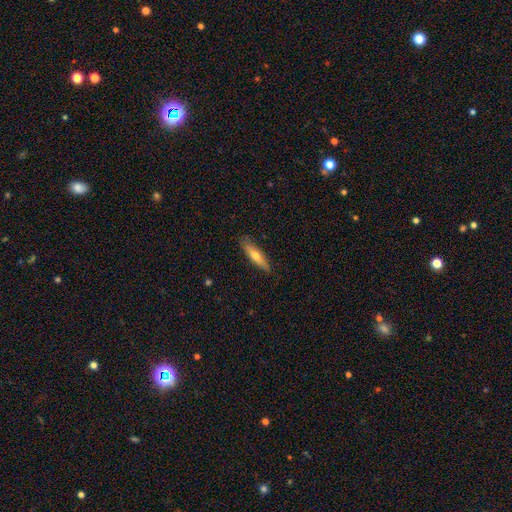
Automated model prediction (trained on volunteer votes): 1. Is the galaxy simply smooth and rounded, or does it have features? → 56% smooth, 38% featured or disk, 6% star or artifact.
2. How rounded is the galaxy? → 74% cigar-shaped, 24% in between, 2% round.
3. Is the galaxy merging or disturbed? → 84% none, 13% minor disturbance, 2% major disturbance, 1% merger.